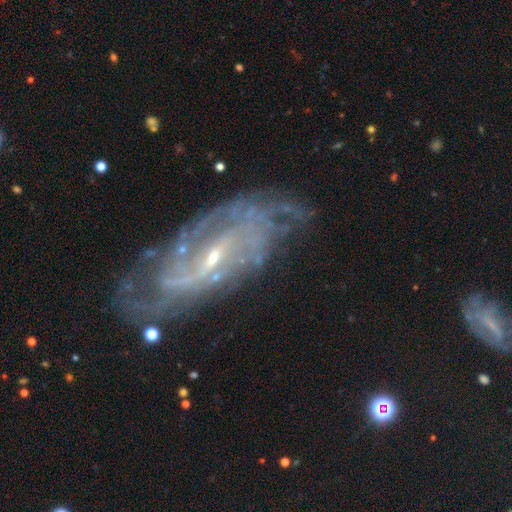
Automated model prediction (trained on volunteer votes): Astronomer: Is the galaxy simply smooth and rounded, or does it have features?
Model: featured or disk — 86%.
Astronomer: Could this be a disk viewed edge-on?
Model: no — 91%.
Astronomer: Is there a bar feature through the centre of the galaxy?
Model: weak — 45% (runner-up: strong, 28%).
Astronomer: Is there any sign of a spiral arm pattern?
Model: yes — 91%.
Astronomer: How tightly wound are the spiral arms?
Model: tight — 39%, tied with medium at 39%.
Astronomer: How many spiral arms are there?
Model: can't tell — 36% (runner-up: 2, 35%).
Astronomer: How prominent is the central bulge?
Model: small — 78%.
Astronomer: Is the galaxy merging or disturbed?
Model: none — 62%.